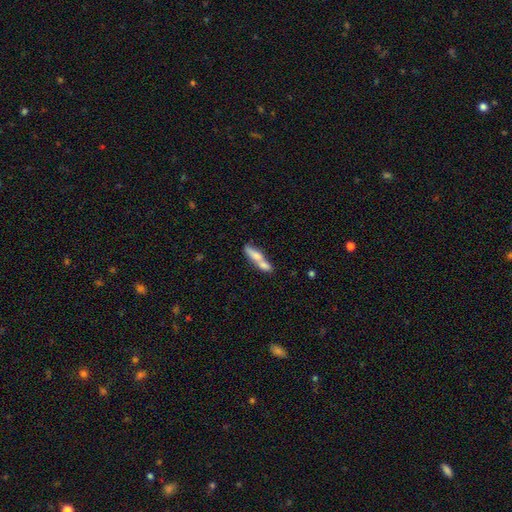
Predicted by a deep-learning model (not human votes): Morphology: type=smooth (63%); roundness=cigar-shaped (71%); merging=merger (48%).